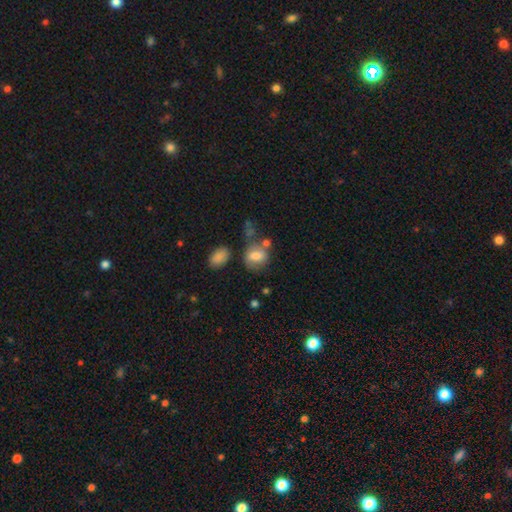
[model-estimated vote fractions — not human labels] Smooth or featured? Predicted: smooth (p=0.73). How rounded? Predicted: in between (p=0.55). Merging? Predicted: none (p=0.54).